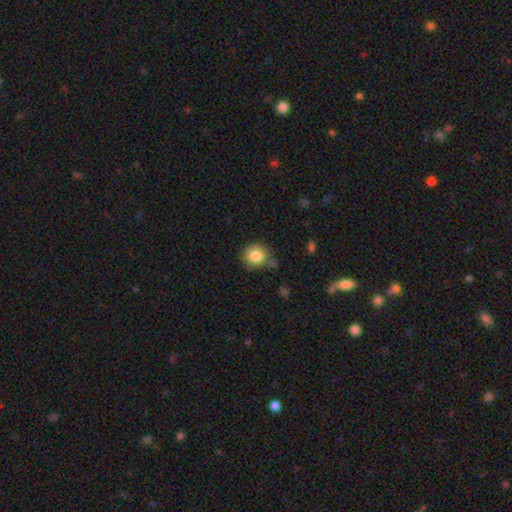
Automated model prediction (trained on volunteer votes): A smooth galaxy with no disk features (83%) that is round (85%). Merging: none (72%).